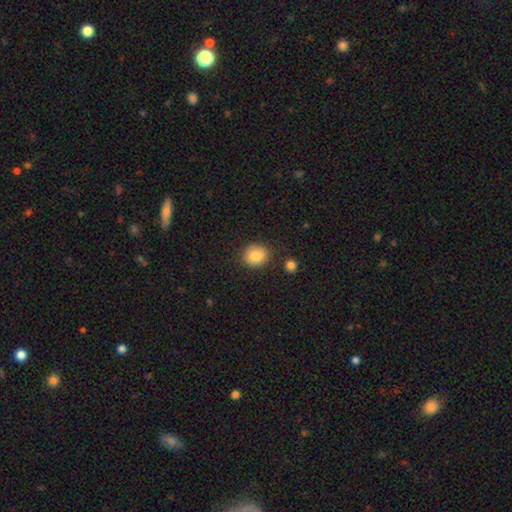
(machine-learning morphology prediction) Q: Smooth or featured?
A: smooth (83%); runner-up: star or artifact (9%)
Q: How rounded?
A: round (80%); runner-up: in between (19%)
Q: Merging?
A: none (84%); runner-up: minor disturbance (10%)